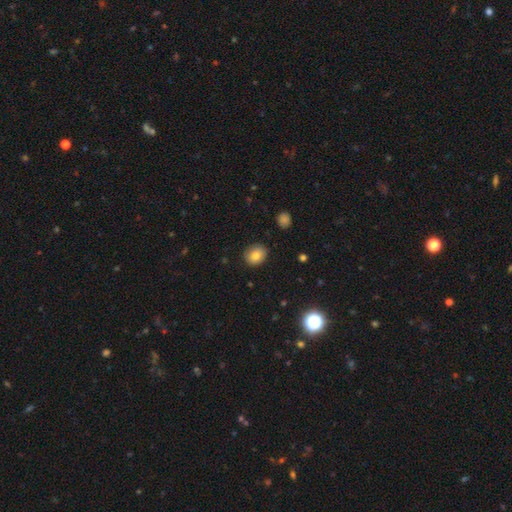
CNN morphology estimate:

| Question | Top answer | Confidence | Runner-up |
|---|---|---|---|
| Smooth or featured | smooth | 80% | star or artifact (10%) |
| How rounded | round | 68% | in between (31%) |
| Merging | none | 87% | minor disturbance (10%) |